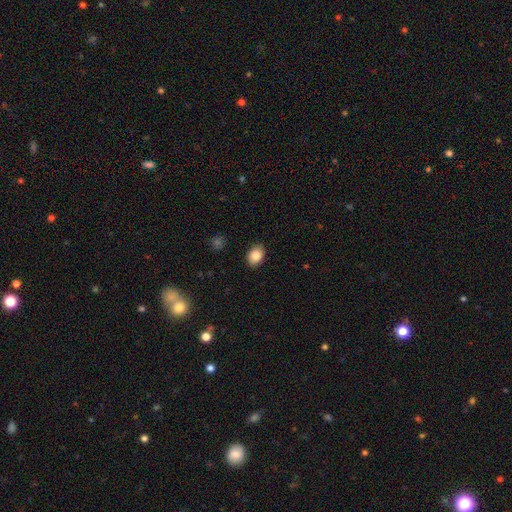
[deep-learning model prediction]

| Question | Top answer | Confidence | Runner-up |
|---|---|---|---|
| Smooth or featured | smooth | 88% | star or artifact (8%) |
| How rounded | in between | 75% | round (24%) |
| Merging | none | 88% | minor disturbance (9%) |